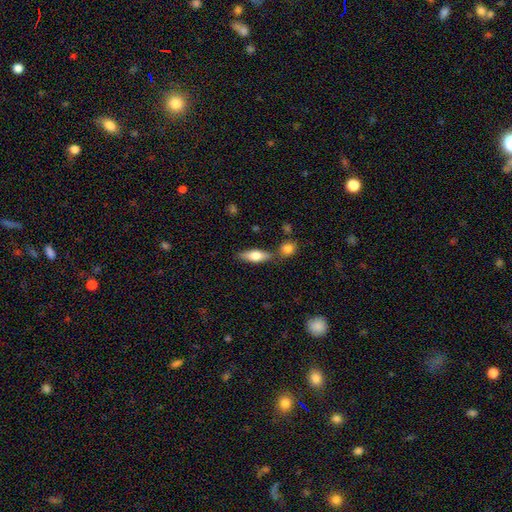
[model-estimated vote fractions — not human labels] This is likely a smooth galaxy (62%). How rounded: likely in between (61%). Merging: likely none (67%).